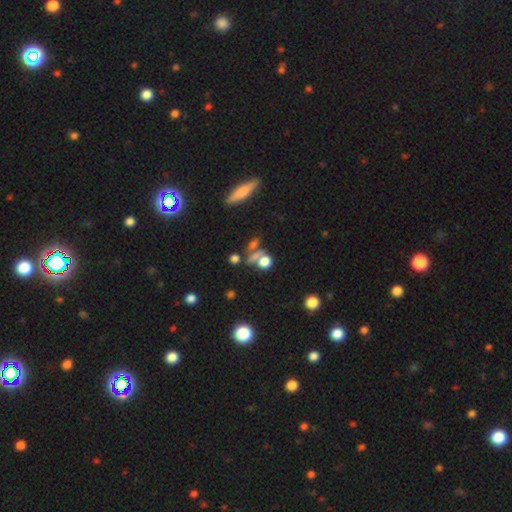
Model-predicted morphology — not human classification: smooth_or_featured: smooth (p=0.48) [alt: star or artifact p=0.34]
merging: none (p=0.56) [alt: merger p=0.24]